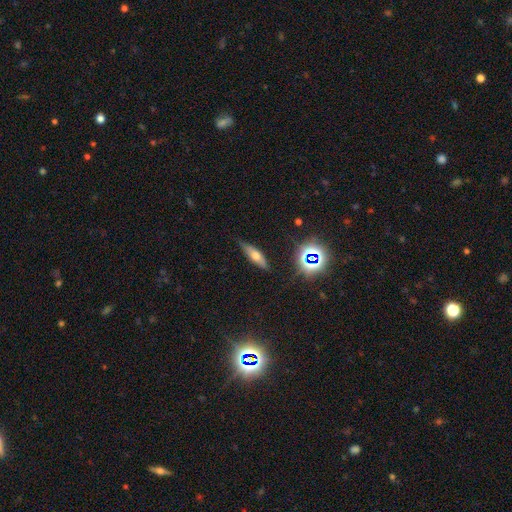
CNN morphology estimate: This appears to be a smooth galaxy with no disk features (47%). Merging: none (79%).